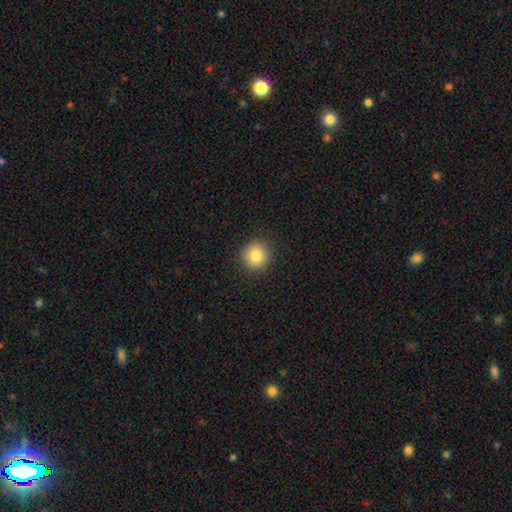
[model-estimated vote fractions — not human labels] This is clearly a smooth galaxy (84%). How rounded: clearly round (90%). Merging: clearly none (90%).